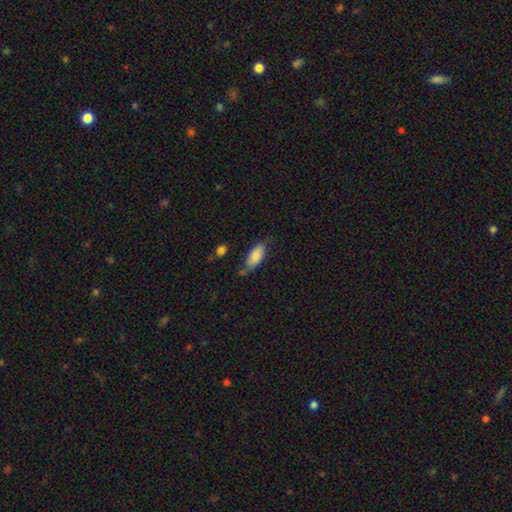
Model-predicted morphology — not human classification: A smooth galaxy with no disk features (83%) that is in between round and cigar-shaped (84%). Merging: none (58%).